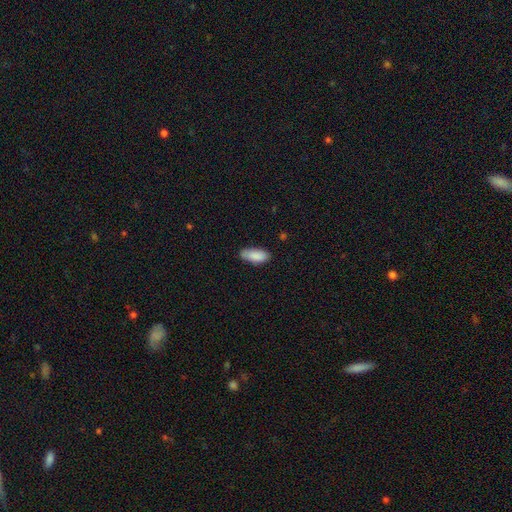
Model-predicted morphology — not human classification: The model was most divided on "merging": none: 76%, minor disturbance: 20%, major disturbance: 3%, merger: 1%. More confident: smooth or featured — smooth (89%); how rounded — in between (84%).